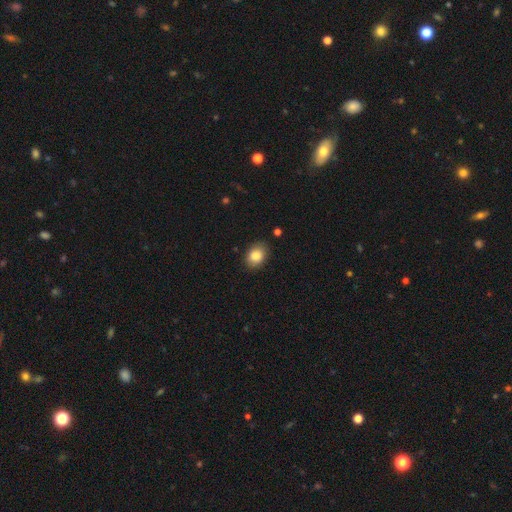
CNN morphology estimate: Smooth or featured: smooth — 85% (star or artifact — 8%)
How rounded: in between — 70% (round — 29%)
Merging: none — 83% (minor disturbance — 13%)